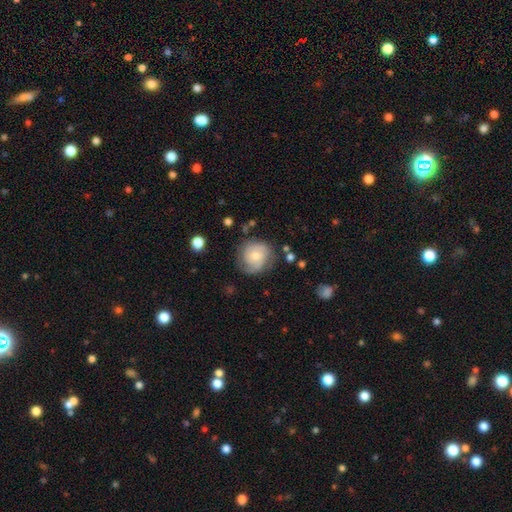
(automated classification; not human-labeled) Smooth or featured? Predicted: featured or disk (p=0.53). Edge-on disk? Predicted: no (p=0.98). Bar? Predicted: no (p=0.69). Spiral arms? Predicted: yes (p=0.84). Bulge size? Predicted: moderate (p=0.52). Merging? Predicted: none (p=0.69).